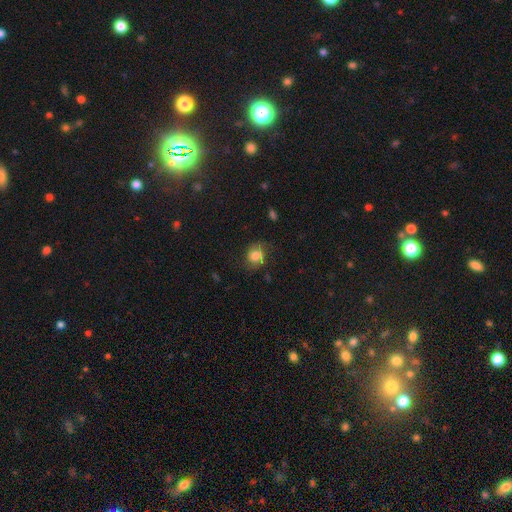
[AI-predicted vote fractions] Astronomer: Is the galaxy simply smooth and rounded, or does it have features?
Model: smooth — 62%.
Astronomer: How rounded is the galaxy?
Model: round — 60% (runner-up: in between, 39%).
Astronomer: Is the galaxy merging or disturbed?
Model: none — 63%.